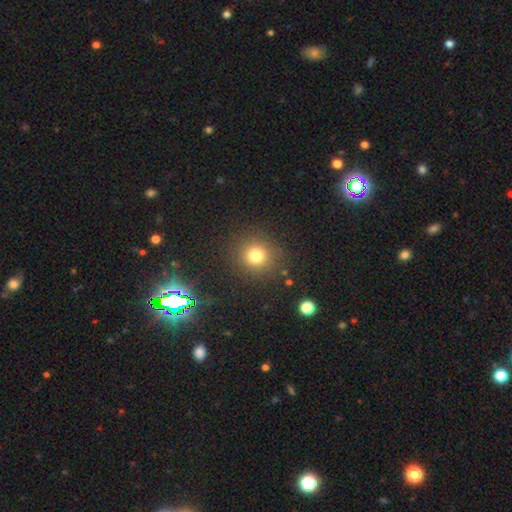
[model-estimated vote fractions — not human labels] smooth-or-featured: smooth: 76% | star or artifact: 17% | featured or disk: 7%
  how-rounded: round: 90% | in between: 9% | cigar-shaped: 1%
  merging: none: 88% | minor disturbance: 7% | major disturbance: 3% | merger: 2%